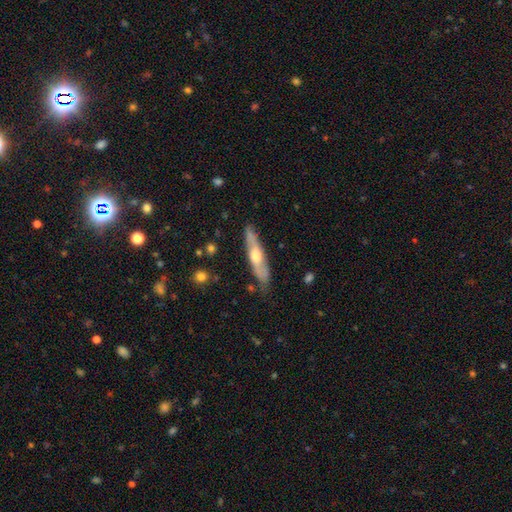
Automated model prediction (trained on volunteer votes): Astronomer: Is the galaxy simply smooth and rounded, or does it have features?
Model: featured or disk — 58% (runner-up: smooth, 37%).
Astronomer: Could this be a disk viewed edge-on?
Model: yes — 71%.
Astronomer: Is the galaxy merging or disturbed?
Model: none — 80%.